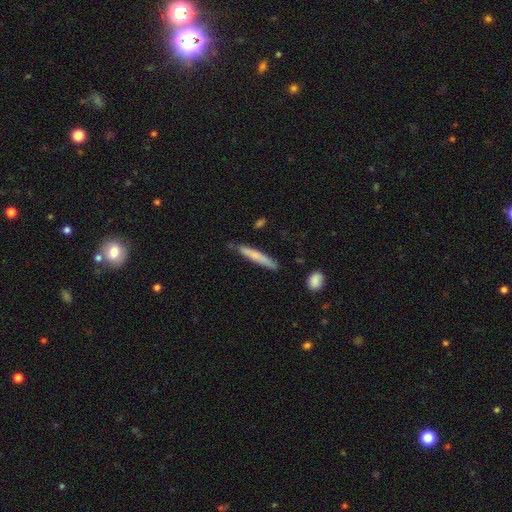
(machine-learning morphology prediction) The model was most divided on "smooth or featured": smooth: 70%, featured or disk: 24%, star or artifact: 6%. More confident: how rounded — cigar-shaped (95%); merging — none (80%).